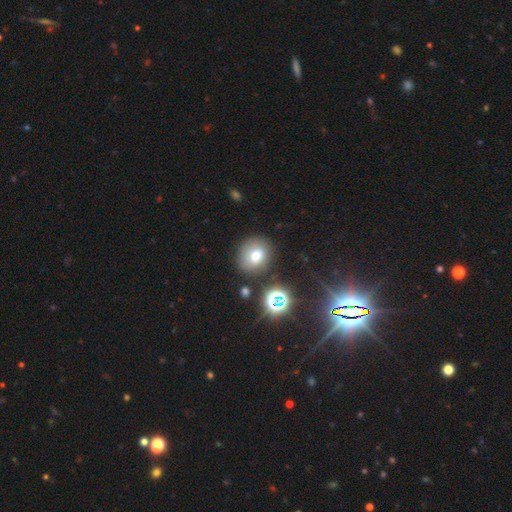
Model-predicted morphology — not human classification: Smooth or featured? smooth (72%)
How rounded? round (76%)
Merging? none (80%)